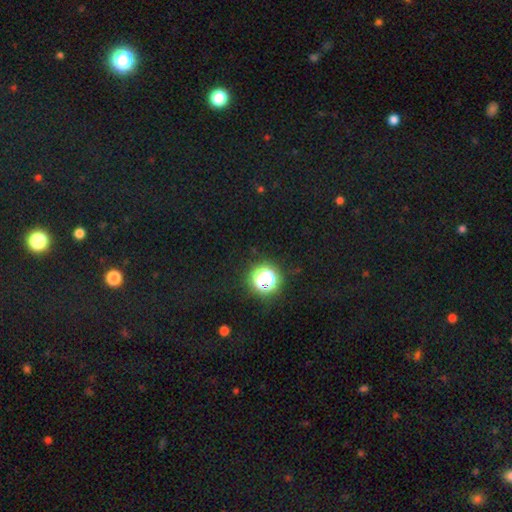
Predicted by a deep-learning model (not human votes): smooth-or-featured: star or artifact: 64% | smooth: 29% | featured or disk: 6%